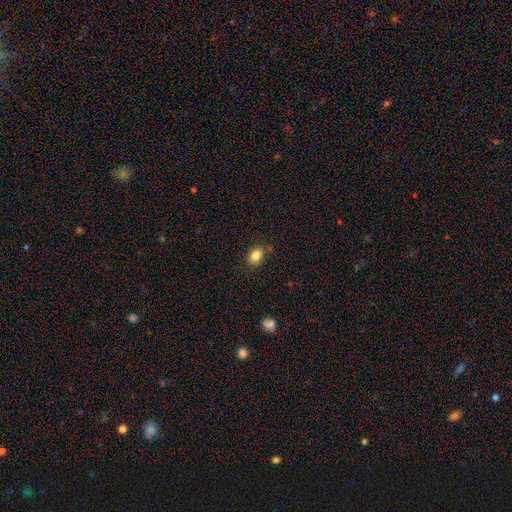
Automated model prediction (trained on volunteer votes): Smooth or featured: smooth — 84% (star or artifact — 10%)
How rounded: in between — 72% (round — 27%)
Merging: none — 82% (minor disturbance — 13%)